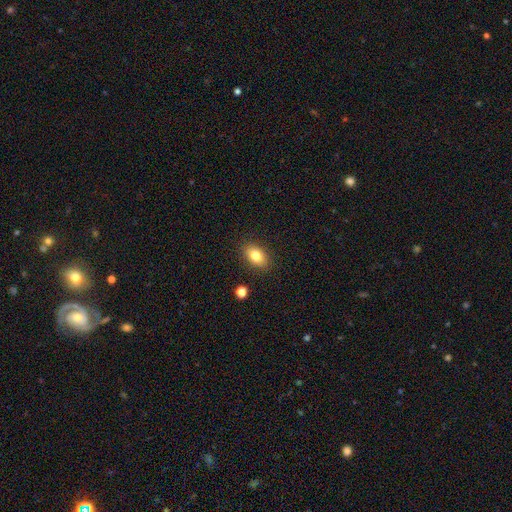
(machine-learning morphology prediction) Smooth or featured?
  - smooth: 82% *
  - star or artifact: 9%
  - featured or disk: 9%
How rounded?
  - in between: 84% *
  - round: 14%
  - cigar-shaped: 2%
Merging?
  - none: 87% *
  - minor disturbance: 9%
  - major disturbance: 2%
  - merger: 2%